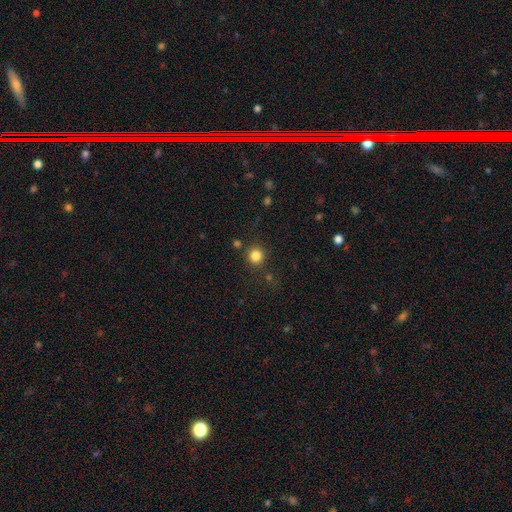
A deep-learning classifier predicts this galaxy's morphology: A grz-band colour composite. It shows a smooth galaxy with no disk features (83%) that is round (93%). Merging: none (86%).